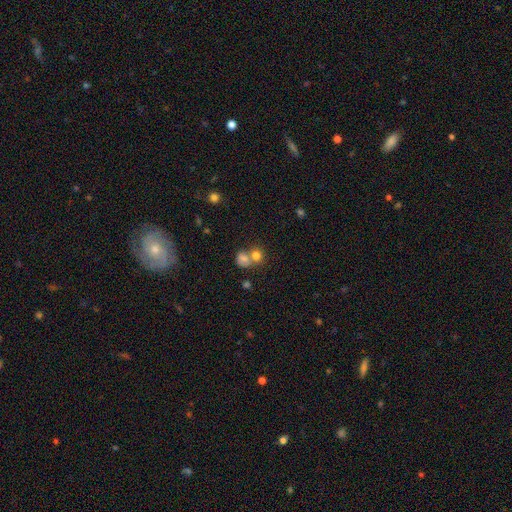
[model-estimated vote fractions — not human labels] A smooth galaxy with no disk features (77%) that is round (70%).

Vote fractions:
- Smooth or featured? smooth: 77% / star or artifact: 12% / featured or disk: 12%
- How rounded? round: 70% / in between: 28% / cigar-shaped: 1%
- Merging? merger: 50% / none: 38% / minor disturbance: 8% / major disturbance: 4%